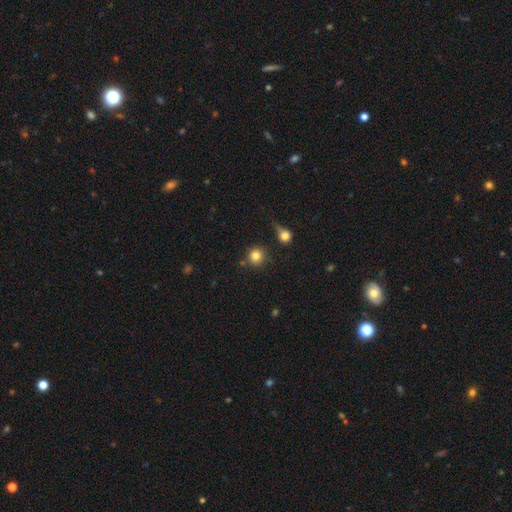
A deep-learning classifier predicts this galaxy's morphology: Smooth or featured?
  - smooth: 82% *
  - star or artifact: 11%
  - featured or disk: 7%
How rounded?
  - round: 92% *
  - in between: 7%
  - cigar-shaped: 1%
Merging?
  - none: 76% *
  - minor disturbance: 10%
  - merger: 9%
  - major disturbance: 4%